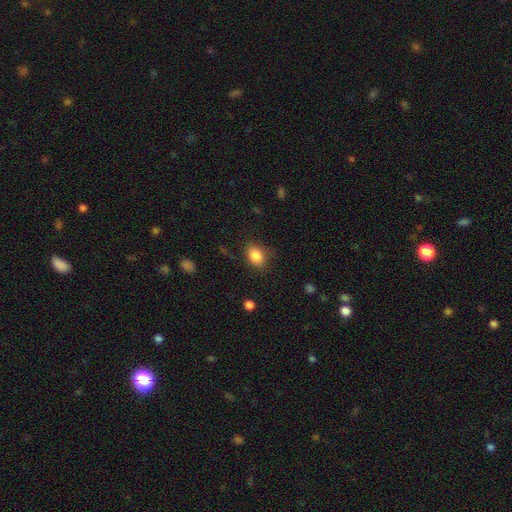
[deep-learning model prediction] This appears to be a smooth galaxy with no disk features (86%) that is in between round and cigar-shaped (74%). Merging: none (78%).